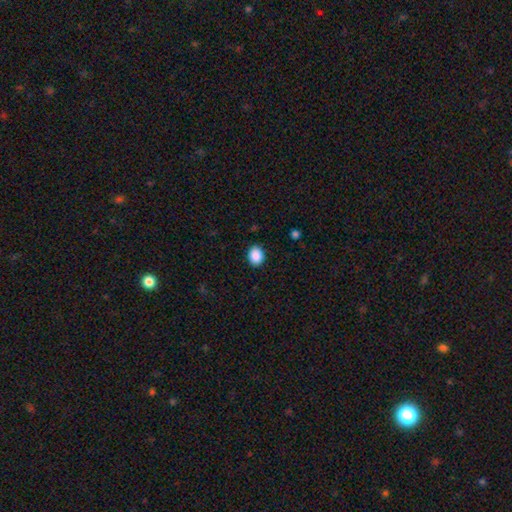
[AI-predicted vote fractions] Smooth or featured? Predicted: smooth (p=0.90). How rounded? Predicted: in between (p=0.52). Merging? Predicted: none (p=0.89).